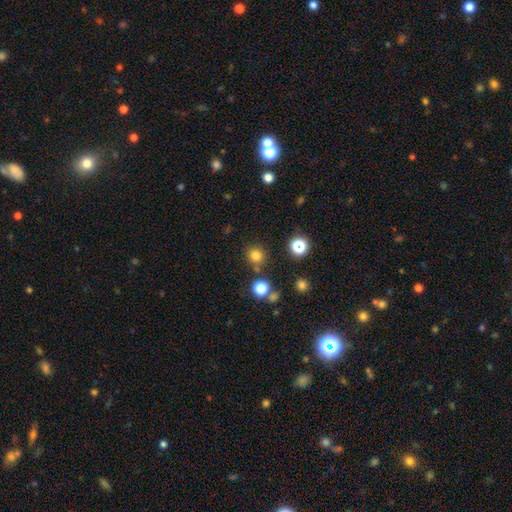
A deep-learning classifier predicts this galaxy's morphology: The model was most divided on "smooth or featured": smooth: 77%, star or artifact: 18%, featured or disk: 5%. More confident: how rounded — round (92%); merging — none (82%).